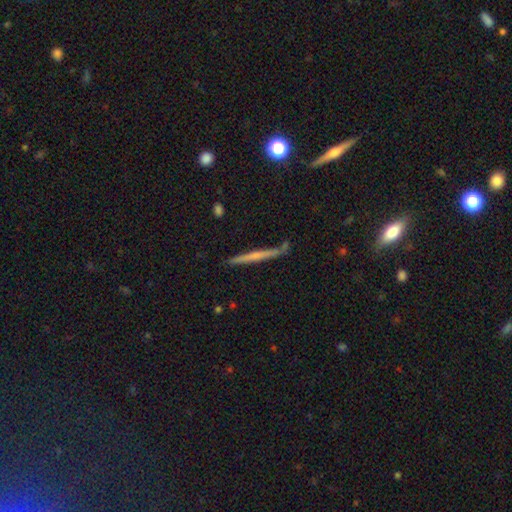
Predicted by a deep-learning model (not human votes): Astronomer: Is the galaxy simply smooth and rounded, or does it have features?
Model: featured or disk — 50% (runner-up: smooth, 43%).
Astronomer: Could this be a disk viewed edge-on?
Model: yes — 97%.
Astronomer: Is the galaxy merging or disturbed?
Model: none — 83%.